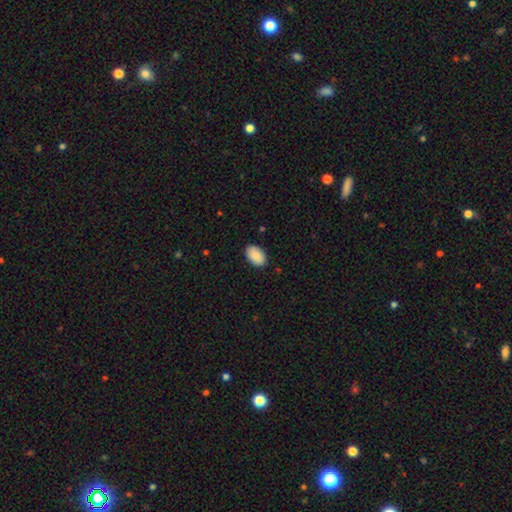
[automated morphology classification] Smooth or featured?
  - smooth: 89% *
  - star or artifact: 6%
  - featured or disk: 4%
How rounded?
  - in between: 92% *
  - round: 7%
  - cigar-shaped: 1%
Merging?
  - none: 88% *
  - minor disturbance: 9%
  - major disturbance: 2%
  - merger: 1%